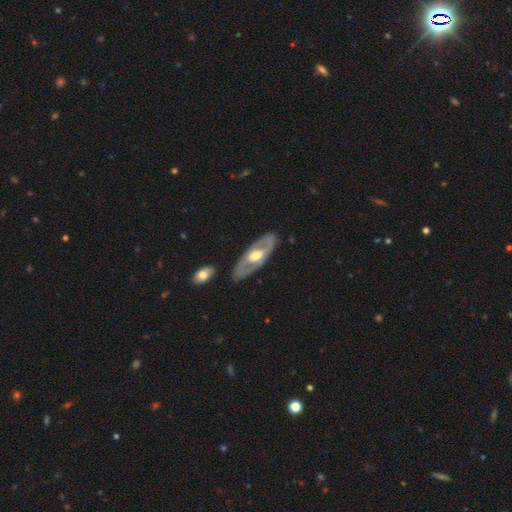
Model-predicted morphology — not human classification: The model was most divided on "spiral arms": no: 59%, yes: 41%. More confident: merging — none (83%); edge-on disk — no (82%); bulge size — moderate (69%); smooth or featured — featured or disk (69%); bar — no (50%).